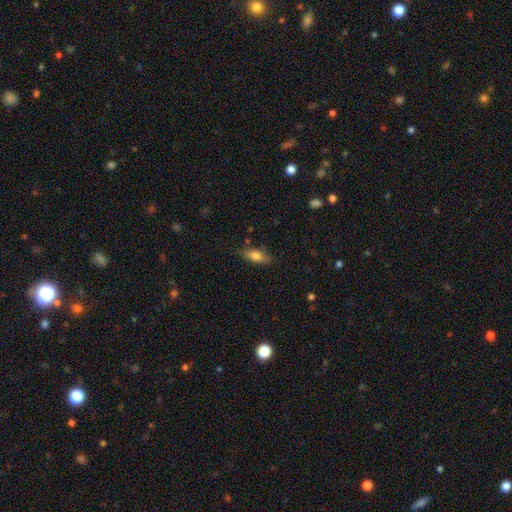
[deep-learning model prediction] Smooth or featured? Predicted: smooth (p=0.73). How rounded? Predicted: in between (p=0.68). Merging? Predicted: none (p=0.81).